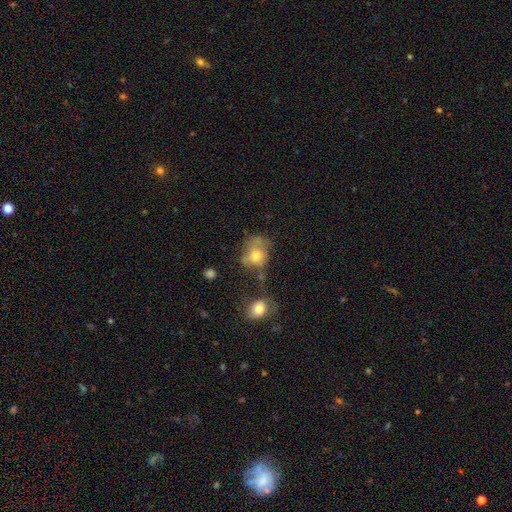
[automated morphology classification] Smooth or featured?
  - smooth: 64% *
  - featured or disk: 25%
  - star or artifact: 11%
How rounded?
  - round: 55% *
  - in between: 44%
  - cigar-shaped: 1%
Merging?
  - none: 35% *
  - minor disturbance: 25%
  - major disturbance: 24%
  - merger: 17%